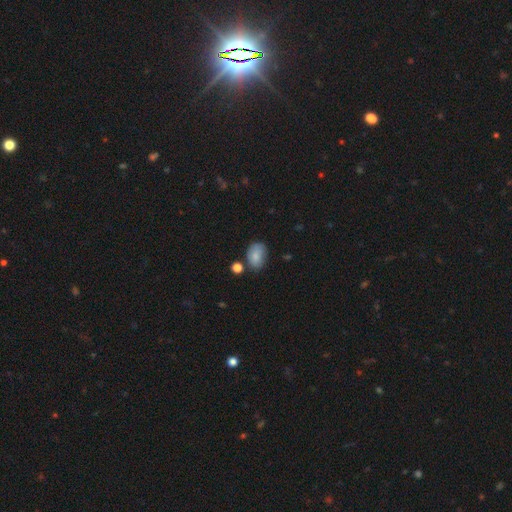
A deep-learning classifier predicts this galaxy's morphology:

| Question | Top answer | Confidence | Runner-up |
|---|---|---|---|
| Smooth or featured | smooth | 82% | featured or disk (10%) |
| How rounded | in between | 82% | round (17%) |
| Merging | none | 66% | minor disturbance (22%) |